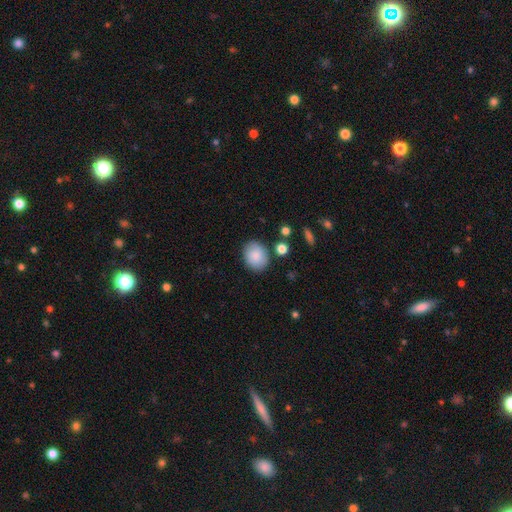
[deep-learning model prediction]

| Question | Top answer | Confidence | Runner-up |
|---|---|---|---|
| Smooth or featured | smooth | 87% | star or artifact (7%) |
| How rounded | in between | 54% | round (45%) |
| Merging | none | 80% | minor disturbance (13%) |